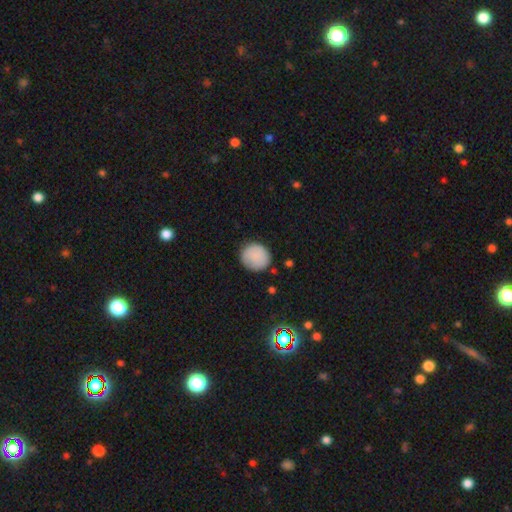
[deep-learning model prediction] This is clearly a smooth galaxy (87%). How rounded: clearly round (90%). Merging: clearly none (84%).